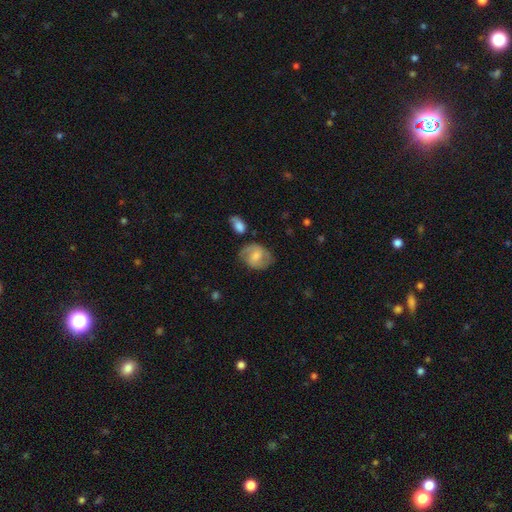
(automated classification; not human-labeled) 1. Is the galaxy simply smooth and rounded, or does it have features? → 50% featured or disk, 43% smooth, 7% star or artifact.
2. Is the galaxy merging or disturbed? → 68% none, 21% minor disturbance, 8% major disturbance, 4% merger.